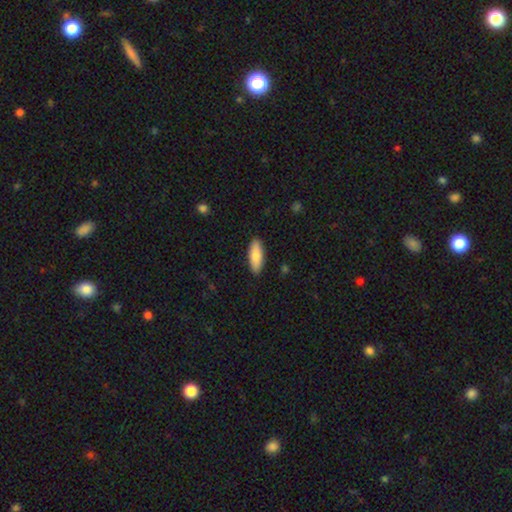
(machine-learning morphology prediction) Overall: smooth (85%). How rounded: in between (68%; cigar-shaped 31%). Merging: none (90%).